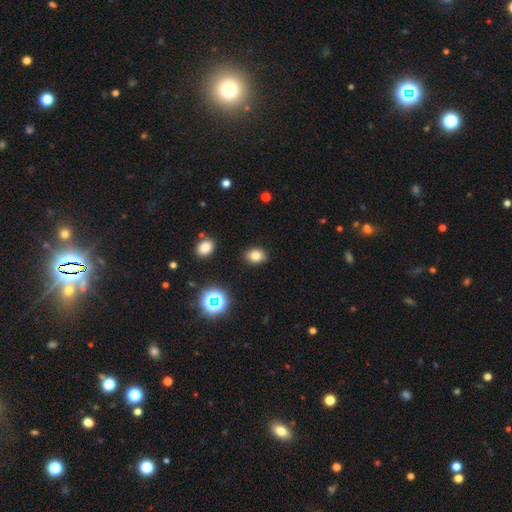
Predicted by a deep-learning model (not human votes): Smooth or featured?
  - smooth: 79% *
  - star or artifact: 15%
  - featured or disk: 6%
How rounded?
  - in between: 59% *
  - round: 40%
  - cigar-shaped: 1%
Merging?
  - none: 87% *
  - minor disturbance: 9%
  - major disturbance: 3%
  - merger: 2%